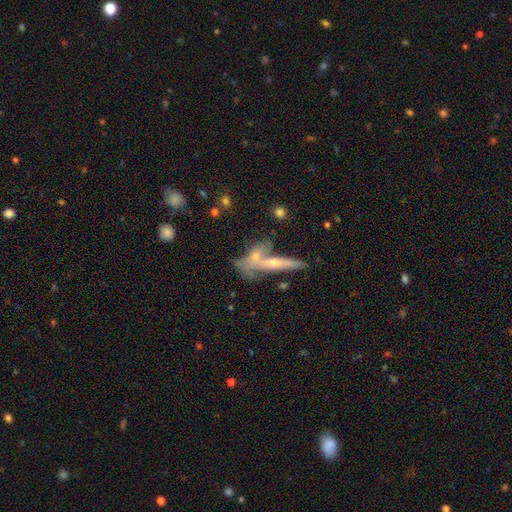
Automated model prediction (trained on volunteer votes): smooth_or_featured: smooth (p=0.48) [alt: featured or disk p=0.42]
merging: merger (p=0.43) [alt: none p=0.40]